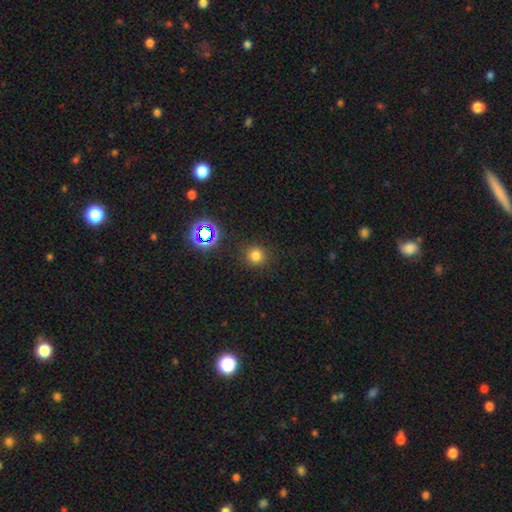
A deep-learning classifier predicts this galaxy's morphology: This appears to be a smooth galaxy with no disk features (75%) that is round (90%). Merging: none (86%).